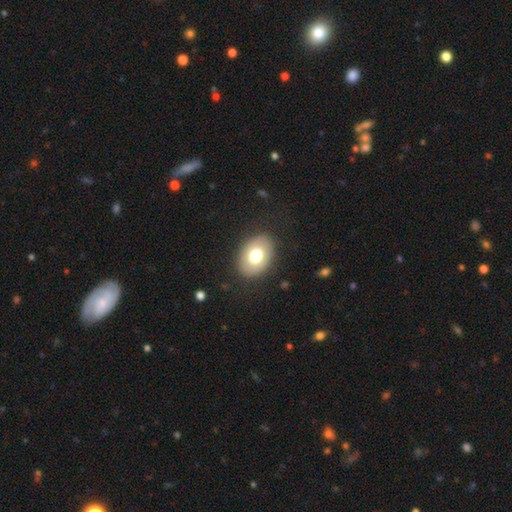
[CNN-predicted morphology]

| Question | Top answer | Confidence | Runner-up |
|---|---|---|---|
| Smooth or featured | smooth | 70% | featured or disk (23%) |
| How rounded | in between | 81% | round (18%) |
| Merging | none | 86% | minor disturbance (10%) |